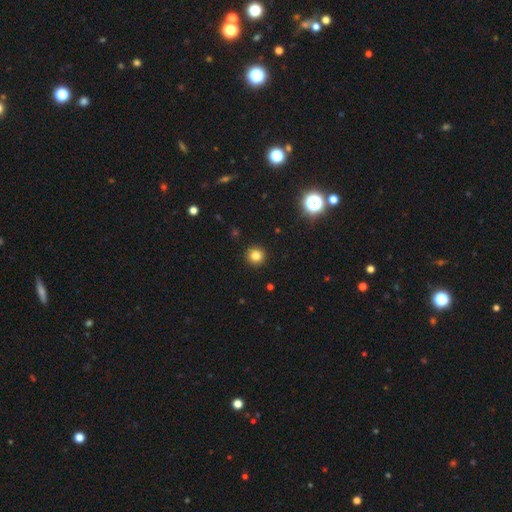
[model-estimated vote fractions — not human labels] Q: Smooth or featured?
A: smooth (81%); runner-up: star or artifact (14%)
Q: How rounded?
A: round (95%); runner-up: in between (4%)
Q: Merging?
A: none (93%); runner-up: minor disturbance (4%)